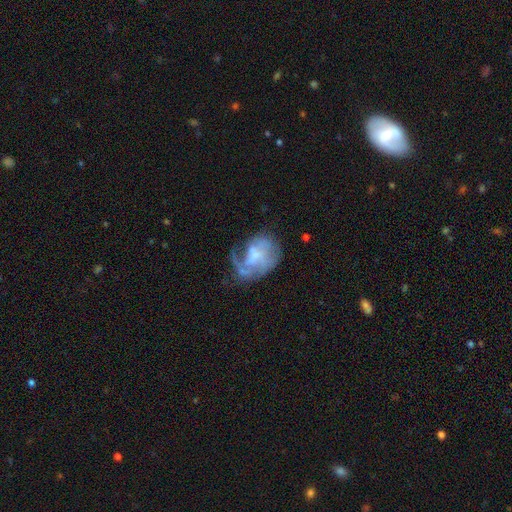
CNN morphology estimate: The model was most divided on "merging": major disturbance: 39%, none: 34%, minor disturbance: 22%, merger: 5%. Remaining: edge-on disk — no (98%); spiral arms — yes (66%); smooth or featured — featured or disk (65%); bar — no (61%); bulge size — none (46%).